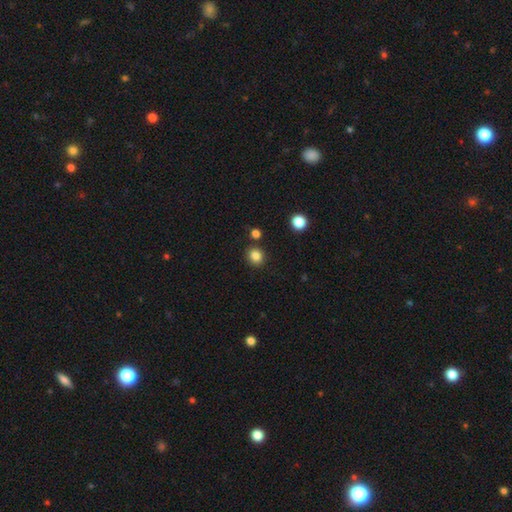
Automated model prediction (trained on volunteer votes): Q: Smooth or featured?
A: smooth (84%); runner-up: star or artifact (11%)
Q: How rounded?
A: round (81%); runner-up: in between (18%)
Q: Merging?
A: none (86%); runner-up: minor disturbance (7%)